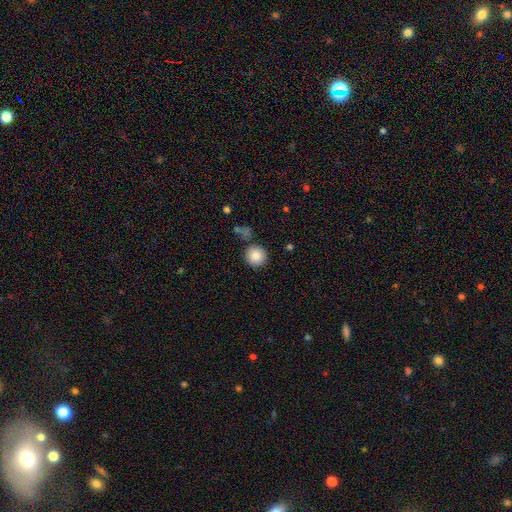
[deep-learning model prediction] smooth 85%, star or artifact 9%, featured or disk 6%. Down the decision tree: how rounded — round (94%); merging — none (84%).